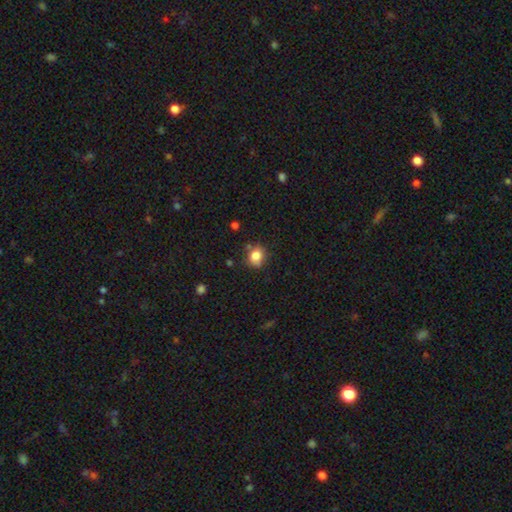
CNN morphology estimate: A smooth galaxy with no disk features (81%) that is round (59%).

Vote fractions:
- Smooth or featured? smooth: 81% / star or artifact: 10% / featured or disk: 8%
- How rounded? round: 59% / in between: 40% / cigar-shaped: 1%
- Merging? none: 69% / minor disturbance: 21% / merger: 5% / major disturbance: 5%